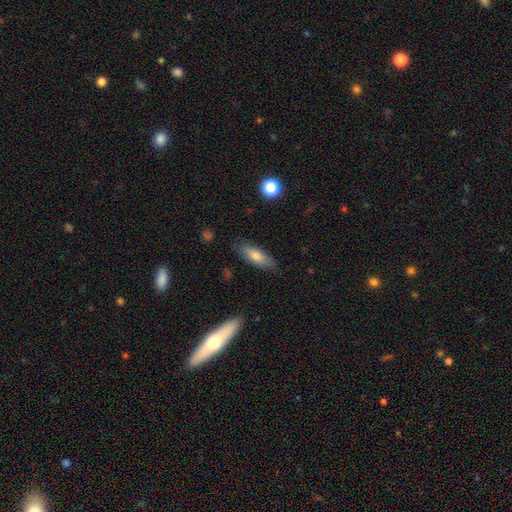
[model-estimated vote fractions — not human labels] smooth_or_featured: smooth (p=0.73) [alt: featured or disk p=0.20]
how_rounded: in between (p=0.52) [alt: cigar-shaped p=0.45]
merging: none (p=0.84) [alt: minor disturbance p=0.12]